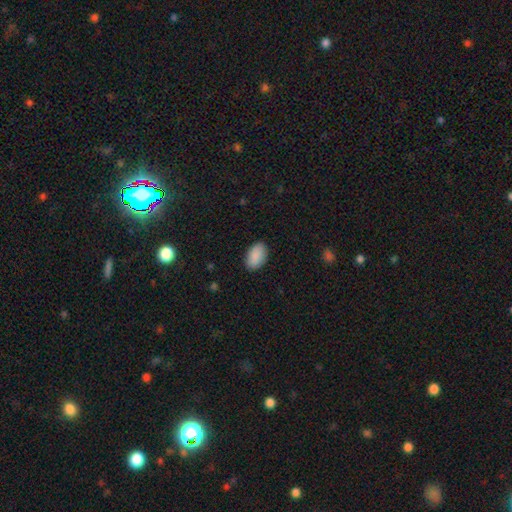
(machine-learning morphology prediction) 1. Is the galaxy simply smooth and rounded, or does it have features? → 90% smooth, 6% star or artifact, 4% featured or disk.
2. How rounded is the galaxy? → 93% in between, 5% round, 1% cigar-shaped.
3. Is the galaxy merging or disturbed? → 87% none, 10% minor disturbance, 2% major disturbance, 1% merger.